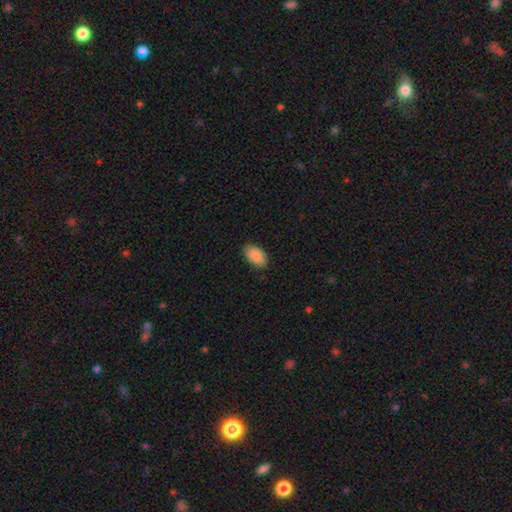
This appears to be a smooth galaxy with no disk features (95%) that is in between round and cigar-shaped (95%). Merging: none (87%).